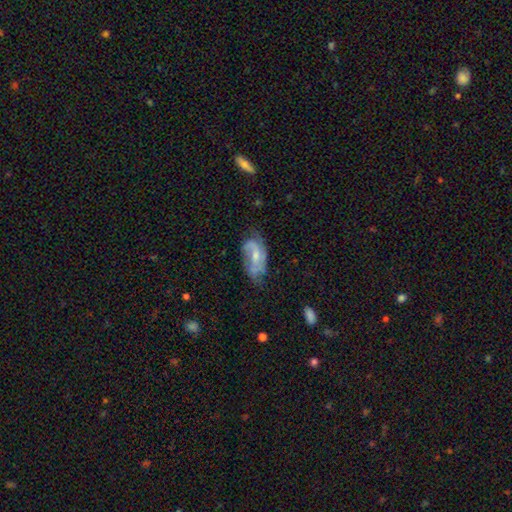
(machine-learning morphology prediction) Smooth or featured: featured or disk — 66% (smooth — 27%)
Edge-on disk: no — 95% (yes — 5%)
Bar: no — 47% (weak — 42%)
Spiral arms: yes — 85% (no — 15%)
Spiral winding: medium — 41% (loose — 39%)
Spiral arm count: 2 — 59% (can't tell — 19%)
Bulge size: small — 50% (moderate — 41%)
Merging: none — 47% (minor disturbance — 31%)